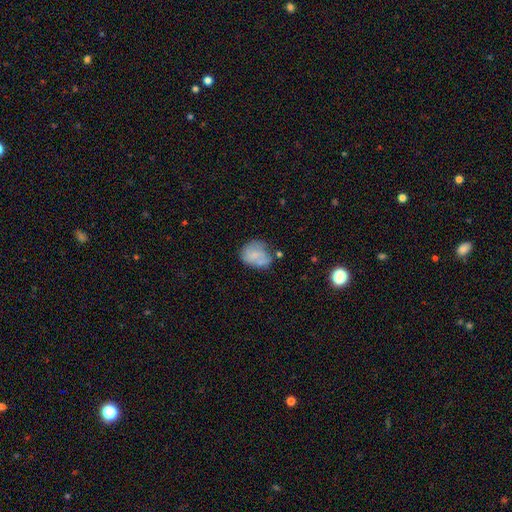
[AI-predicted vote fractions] Smooth or featured? smooth (65%)
How rounded? in between (53%)
Merging? none (44%)